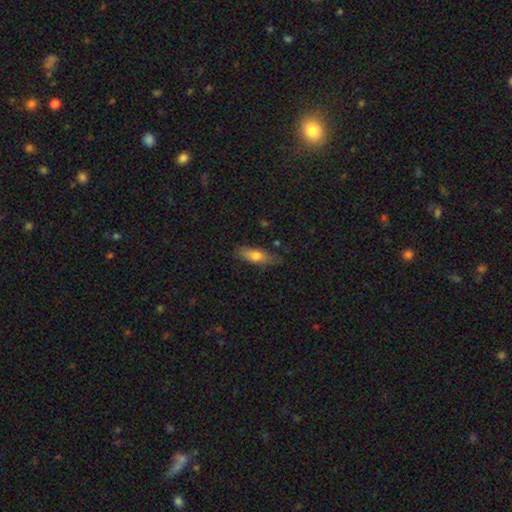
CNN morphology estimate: smooth_or_featured: smooth (p=0.71) [alt: featured or disk p=0.23]
how_rounded: in between (p=0.58) [alt: cigar-shaped p=0.39]
merging: none (p=0.75) [alt: minor disturbance p=0.20]